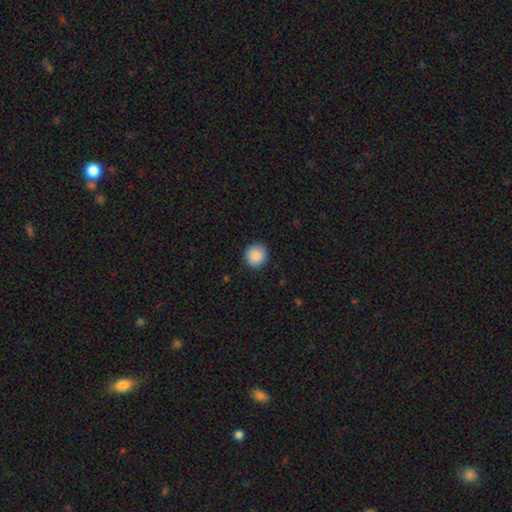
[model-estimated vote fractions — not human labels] Overall: smooth (89%). How rounded: round (88%). Merging: none (89%).